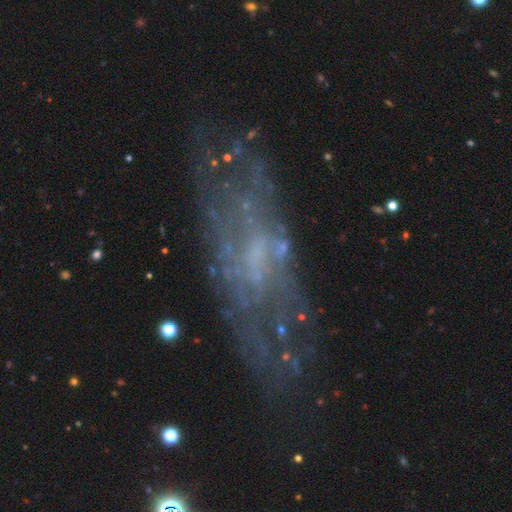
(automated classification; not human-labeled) This appears to be a featured or disk galaxy (70%) with no bar (50%), spiral arms (55%) and no central bulge (44%). Merging: none (69%).